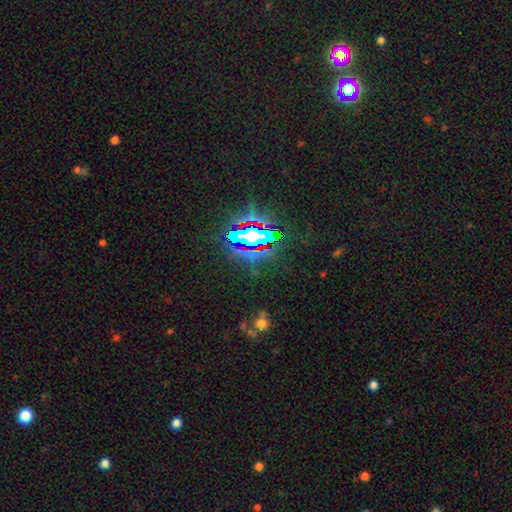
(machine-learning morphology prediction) Q: Smooth or featured?
A: star or artifact (80%); runner-up: smooth (11%)